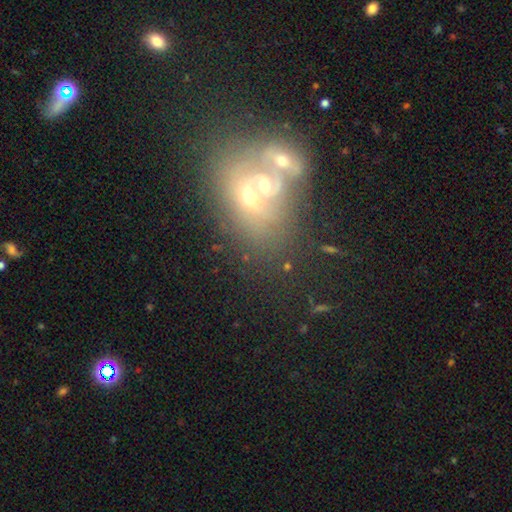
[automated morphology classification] smooth-or-featured: smooth: 41% | featured or disk: 32% | star or artifact: 27%
  merging: merger: 61% | none: 25% | minor disturbance: 8% | major disturbance: 6%